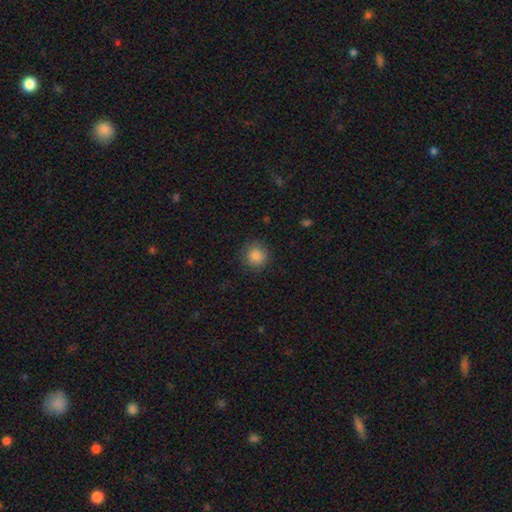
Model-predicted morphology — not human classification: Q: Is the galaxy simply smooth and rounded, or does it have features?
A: smooth — 86%.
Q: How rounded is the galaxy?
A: round — 92%.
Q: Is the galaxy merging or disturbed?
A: none — 86%.